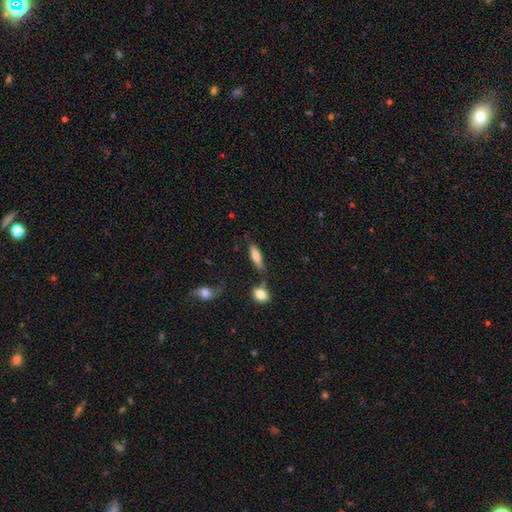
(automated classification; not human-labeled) A smooth galaxy with no disk features (76%) that is in between round and cigar-shaped (53%).

Vote fractions:
- Smooth or featured? smooth: 76% / featured or disk: 17% / star or artifact: 7%
- How rounded? in between: 53% / cigar-shaped: 45% / round: 3%
- Merging? none: 63% / minor disturbance: 20% / merger: 11% / major disturbance: 7%